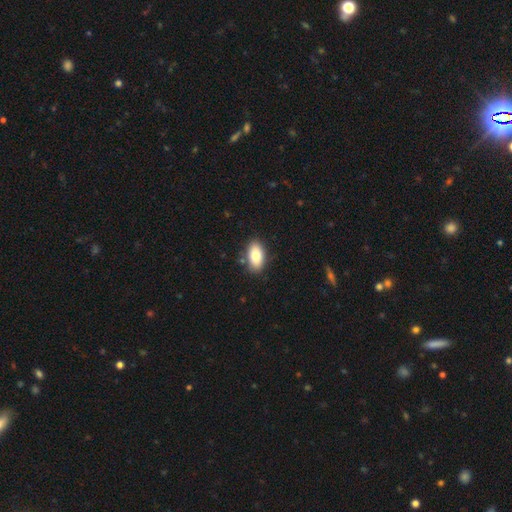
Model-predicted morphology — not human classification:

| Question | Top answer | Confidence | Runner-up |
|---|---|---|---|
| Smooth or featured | smooth | 84% | featured or disk (9%) |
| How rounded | in between | 93% | round (4%) |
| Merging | none | 85% | minor disturbance (10%) |